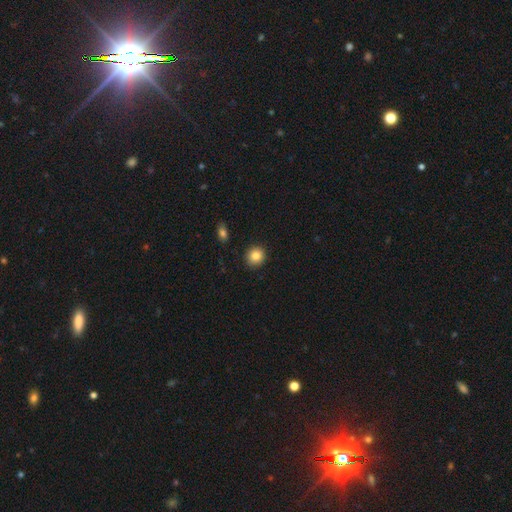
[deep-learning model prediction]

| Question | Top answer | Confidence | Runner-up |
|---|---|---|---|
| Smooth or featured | smooth | 85% | star or artifact (9%) |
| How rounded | round | 86% | in between (13%) |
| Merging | none | 91% | minor disturbance (6%) |